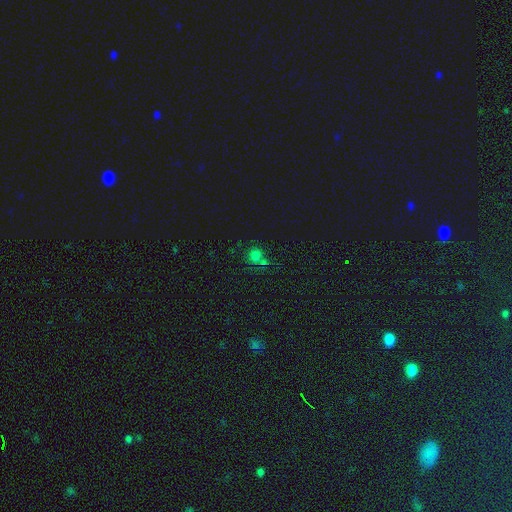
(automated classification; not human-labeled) smooth-or-featured: smooth: 61% | star or artifact: 31% | featured or disk: 8%
  how-rounded: round: 84% | in between: 15% | cigar-shaped: 1%
  merging: none: 57% | merger: 24% | minor disturbance: 13% | major disturbance: 7%